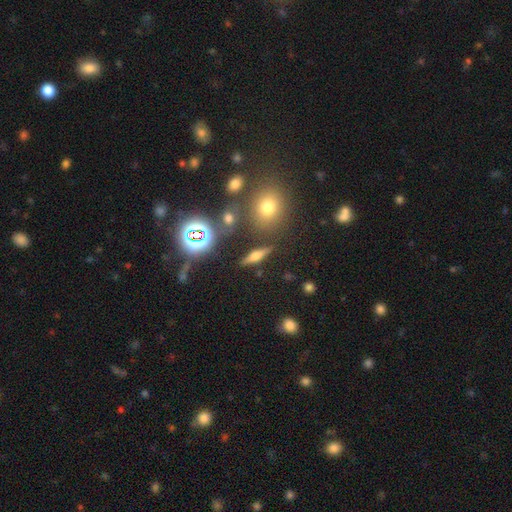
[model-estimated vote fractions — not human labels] featured or disk 45%, smooth 37%, star or artifact 18%. Down the decision tree: merging — none (83%).